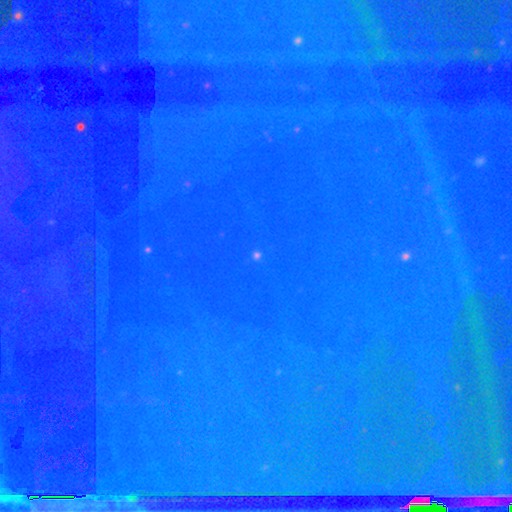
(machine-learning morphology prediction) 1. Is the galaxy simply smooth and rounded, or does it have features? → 81% star or artifact, 11% smooth, 8% featured or disk.